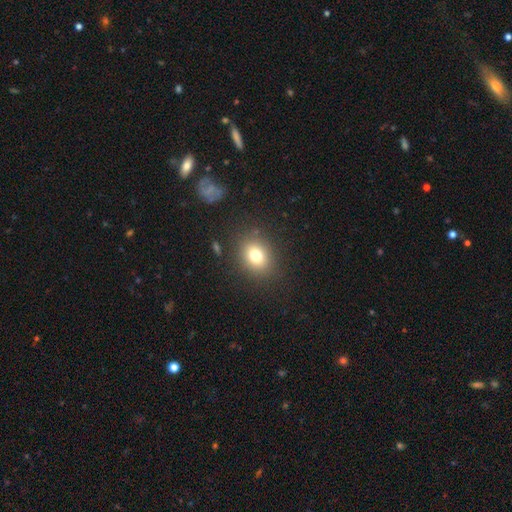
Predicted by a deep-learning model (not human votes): The model was most divided on "how rounded": round: 61%, in between: 38%, cigar-shaped: 1%. More confident: merging — none (86%); smooth or featured — smooth (76%).